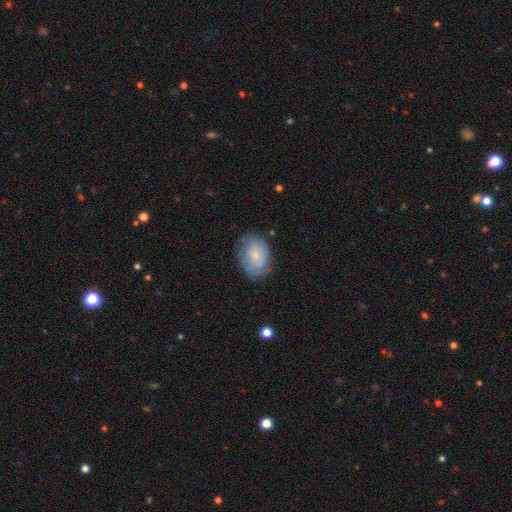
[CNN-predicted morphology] A smooth galaxy with no disk features (57%) that is in between round and cigar-shaped (74%). Merging: none (67%).